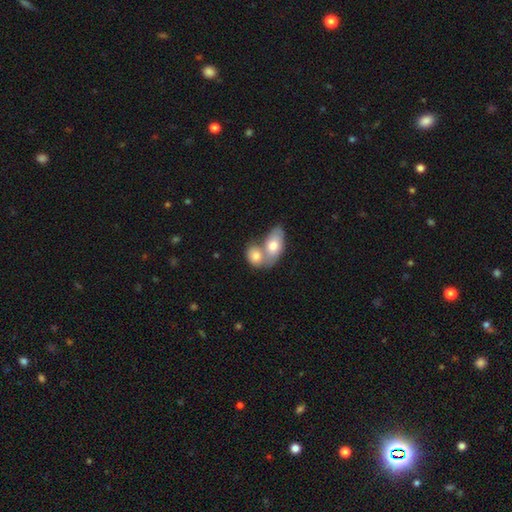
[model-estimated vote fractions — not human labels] smooth-or-featured: smooth: 76% | featured or disk: 18% | star or artifact: 6%
  how-rounded: in between: 78% | round: 19% | cigar-shaped: 2%
  merging: merger: 71% | none: 20% | minor disturbance: 6% | major disturbance: 3%